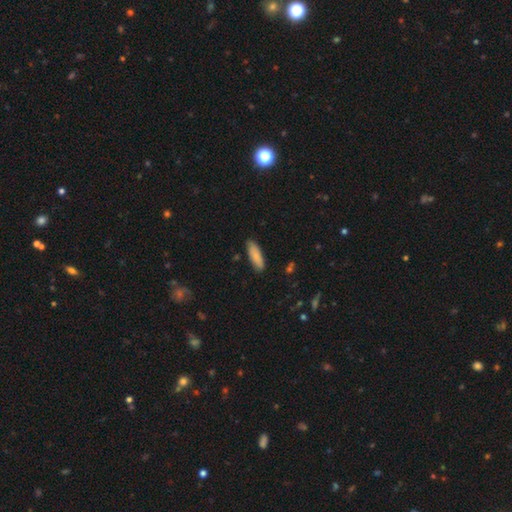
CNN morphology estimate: A smooth galaxy with no disk features (84%) that is cigar-shaped (51%). Merging: none (84%).